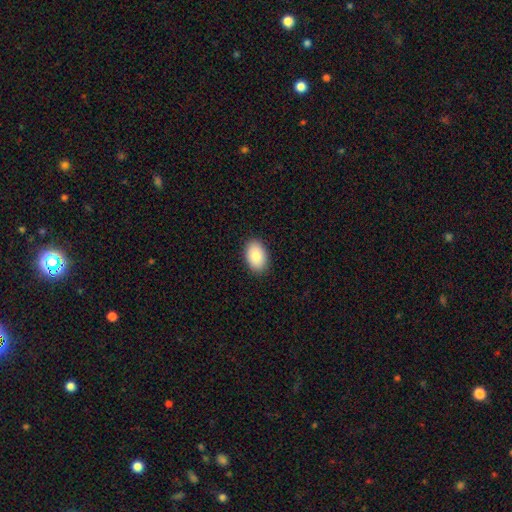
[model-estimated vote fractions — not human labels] This appears to be a smooth galaxy with no disk features (87%) that is in between round and cigar-shaped (90%). Merging: none (90%).